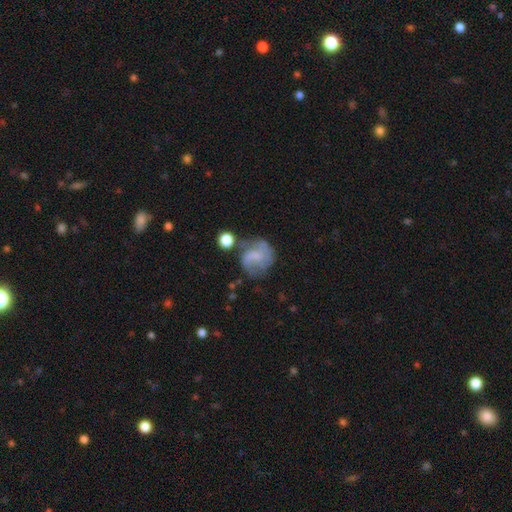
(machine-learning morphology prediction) The model was most divided on "bulge size": none: 45%, small: 34%, moderate: 17%, large: 4%, dominant: 1%. More confident: edge-on disk — no (98%); spiral arms — yes (82%); smooth or featured — featured or disk (58%); bar — no (53%); merging — none (51%).